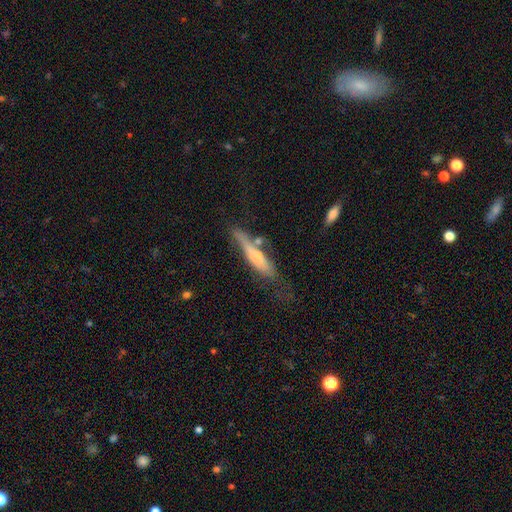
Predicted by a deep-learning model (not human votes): Morphology: type=smooth (54%); roundness=cigar-shaped (82%); merging=none (42%).